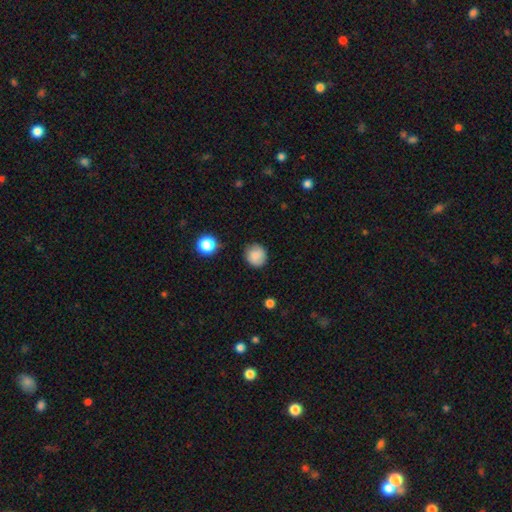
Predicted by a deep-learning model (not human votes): Smooth or featured? Predicted: smooth (p=0.86). How rounded? Predicted: round (p=0.90). Merging? Predicted: none (p=0.83).